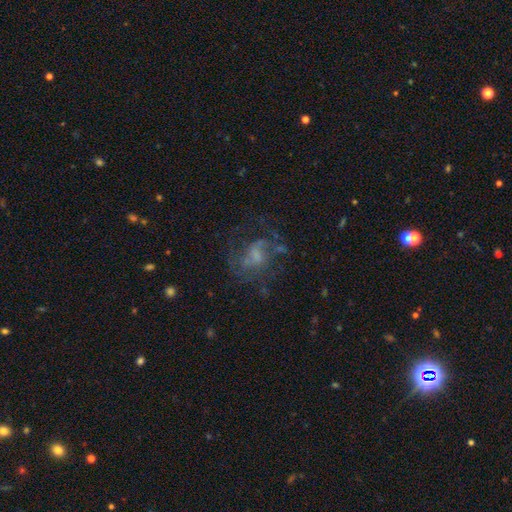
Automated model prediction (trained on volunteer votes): Smooth or featured? Predicted: featured or disk (p=0.62). Edge-on disk? Predicted: no (p=0.97). Bar? Predicted: no (p=0.53). Spiral arms? Predicted: yes (p=0.66). Bulge size? Predicted: small (p=0.31, tied with moderate). Merging? Predicted: none (p=0.50).